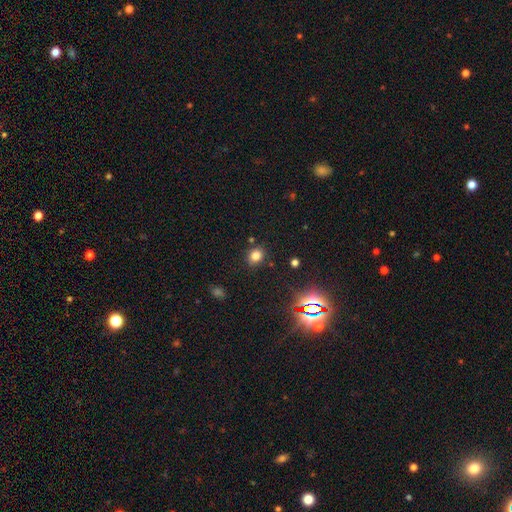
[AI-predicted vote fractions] Smooth or featured?
  - smooth: 76% *
  - star or artifact: 17%
  - featured or disk: 6%
How rounded?
  - round: 61% *
  - in between: 38%
  - cigar-shaped: 1%
Merging?
  - none: 84% *
  - minor disturbance: 10%
  - merger: 3%
  - major disturbance: 3%